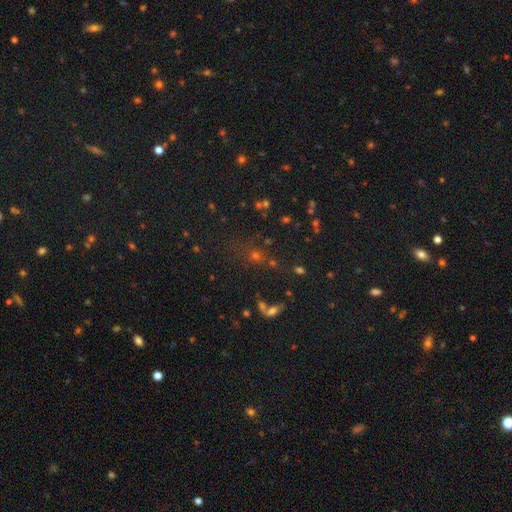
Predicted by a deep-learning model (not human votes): Smooth or featured?
  - smooth: 45% *
  - star or artifact: 44%
  - featured or disk: 11%
Merging?
  - none: 65% *
  - merger: 16%
  - minor disturbance: 12%
  - major disturbance: 7%